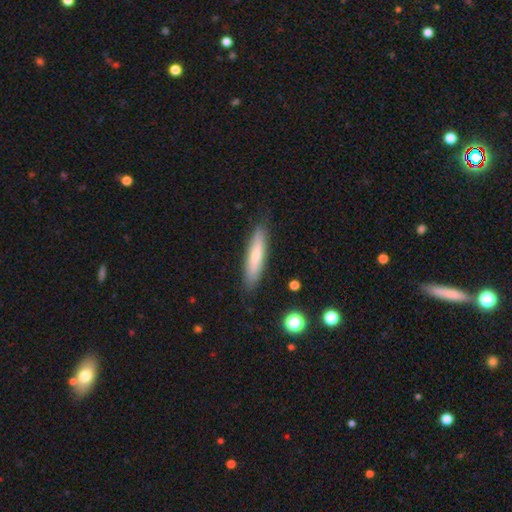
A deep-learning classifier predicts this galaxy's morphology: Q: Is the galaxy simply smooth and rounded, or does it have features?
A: smooth — 70%.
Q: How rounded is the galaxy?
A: cigar-shaped — 84%.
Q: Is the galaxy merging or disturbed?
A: none — 86%.